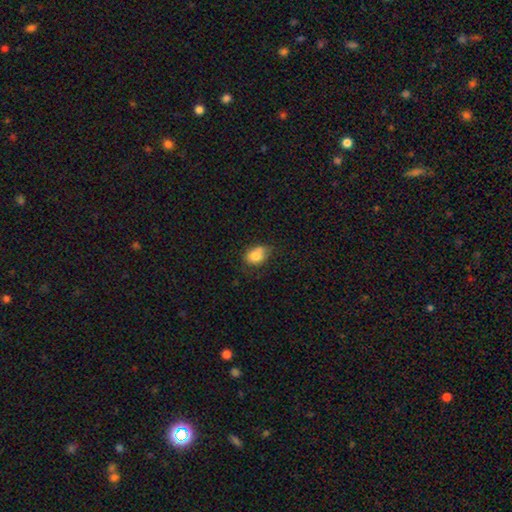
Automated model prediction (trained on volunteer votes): Q: Smooth or featured?
A: smooth (80%); runner-up: featured or disk (11%)
Q: How rounded?
A: in between (66%); runner-up: round (33%)
Q: Merging?
A: none (47%); runner-up: minor disturbance (32%)